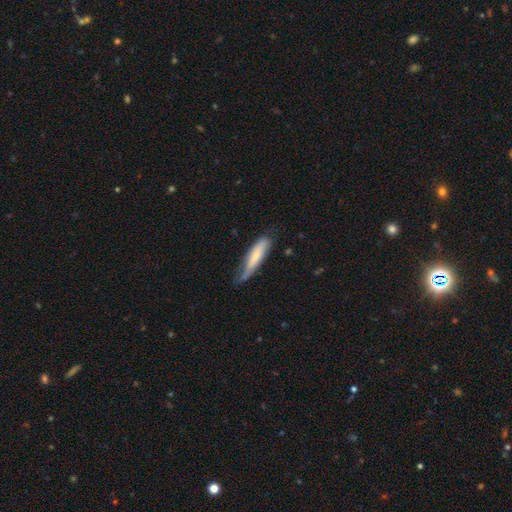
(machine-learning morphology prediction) type=smooth (65%); roundness=cigar-shaped (73%); merging=none (48%).